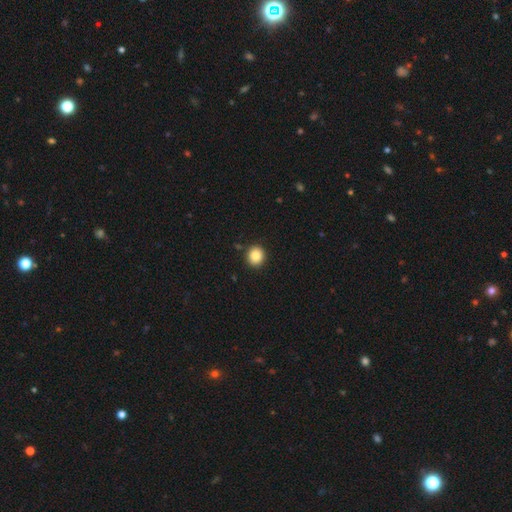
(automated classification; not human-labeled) This appears to be a smooth galaxy with no disk features (86%) that is round (79%). Merging: none (90%).